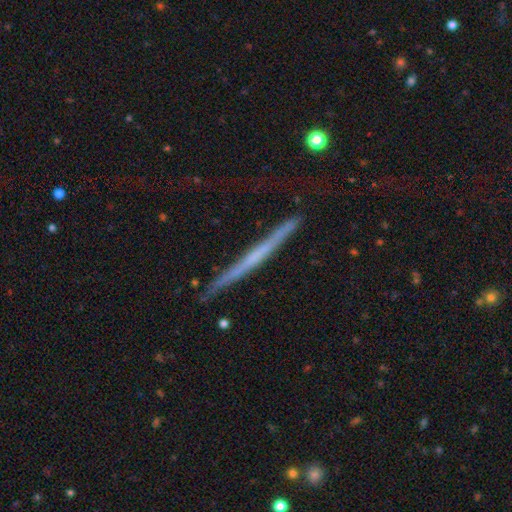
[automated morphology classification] A featured or disk galaxy (63%) viewed edge-on (98%) with no central bulge (82%).

Vote fractions:
- Smooth or featured? featured or disk: 63% / smooth: 31% / star or artifact: 7%
- Edge-on disk? yes: 98% / no: 2%
- Edge-on bulge? none: 82% / rounded: 13% / boxy: 5%
- Merging? none: 88% / minor disturbance: 9% / major disturbance: 2% / merger: 1%